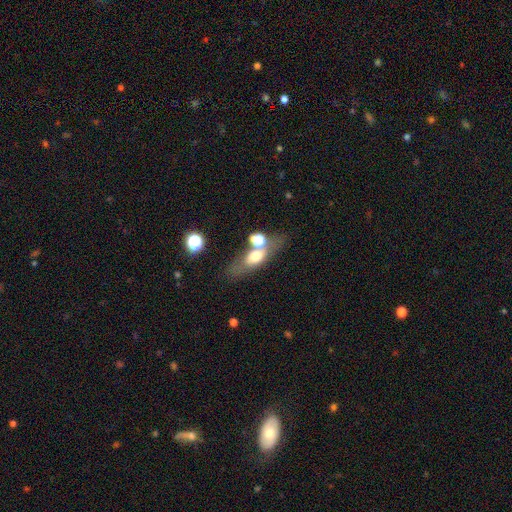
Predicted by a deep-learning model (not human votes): Smooth or featured?
  - smooth: 55% *
  - featured or disk: 34%
  - star or artifact: 11%
How rounded?
  - in between: 57% *
  - cigar-shaped: 27%
  - round: 16%
Merging?
  - none: 50% *
  - merger: 28%
  - minor disturbance: 14%
  - major disturbance: 9%